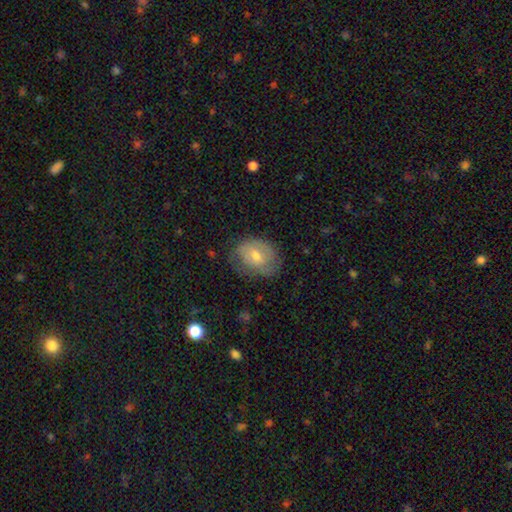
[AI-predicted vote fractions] Smooth or featured? smooth (54%)
How rounded? in between (63%)
Merging? none (65%)